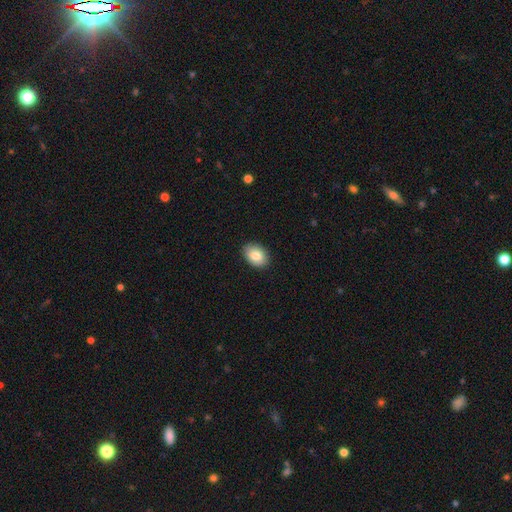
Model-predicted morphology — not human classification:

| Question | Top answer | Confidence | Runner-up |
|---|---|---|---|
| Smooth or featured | smooth | 84% | featured or disk (9%) |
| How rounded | in between | 82% | round (17%) |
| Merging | none | 89% | minor disturbance (8%) |